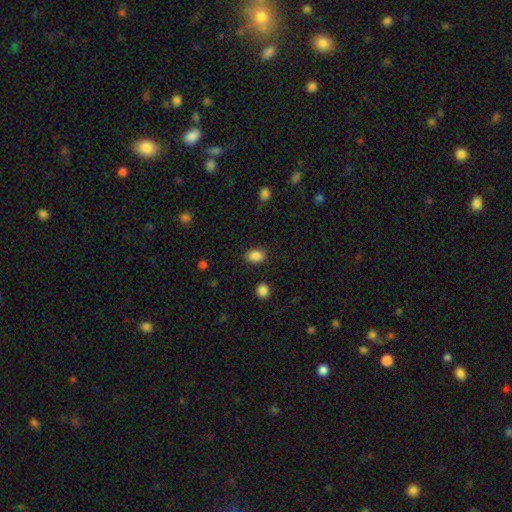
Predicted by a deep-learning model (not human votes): A smooth galaxy with no disk features (87%) that is in between round and cigar-shaped (75%). Merging: none (84%).